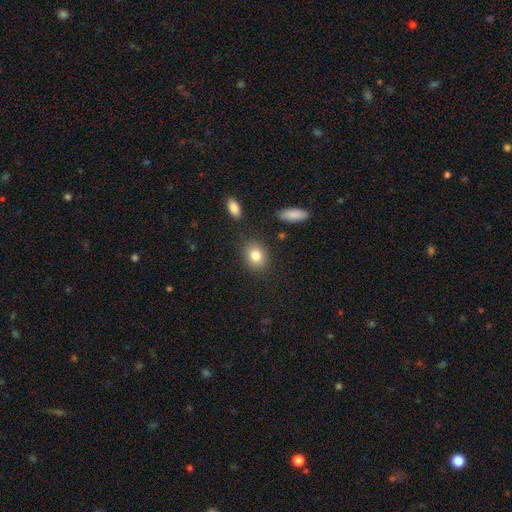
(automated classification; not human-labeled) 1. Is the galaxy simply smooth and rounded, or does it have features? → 83% smooth, 9% featured or disk, 9% star or artifact.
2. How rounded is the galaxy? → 60% in between, 39% round, 1% cigar-shaped.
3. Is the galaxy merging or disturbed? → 84% none, 10% minor disturbance, 3% major disturbance, 3% merger.